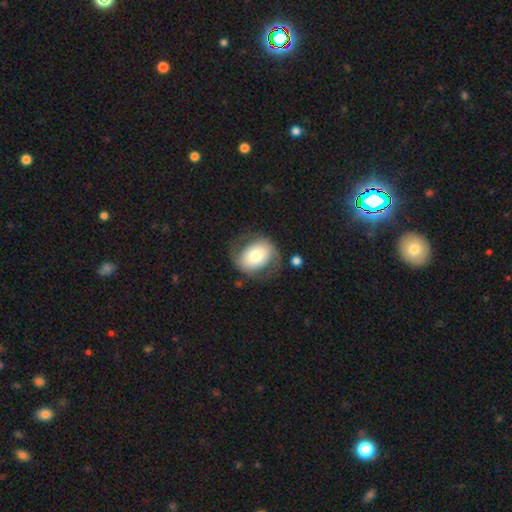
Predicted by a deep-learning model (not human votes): A smooth galaxy with no disk features (55%) that is in between round and cigar-shaped (56%). Merging: none (63%).